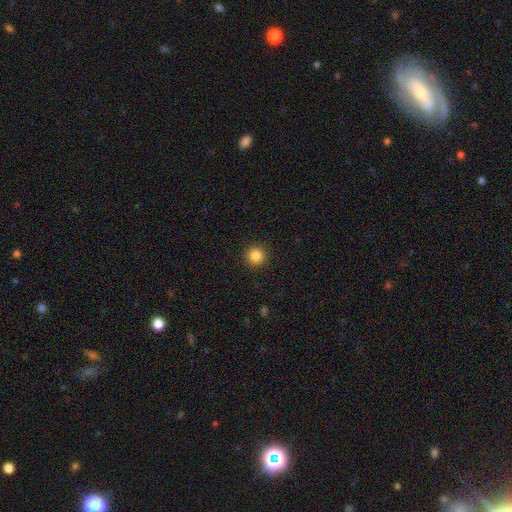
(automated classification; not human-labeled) Smooth or featured: smooth — 85% (star or artifact — 11%)
How rounded: round — 95% (in between — 4%)
Merging: none — 92% (minor disturbance — 5%)